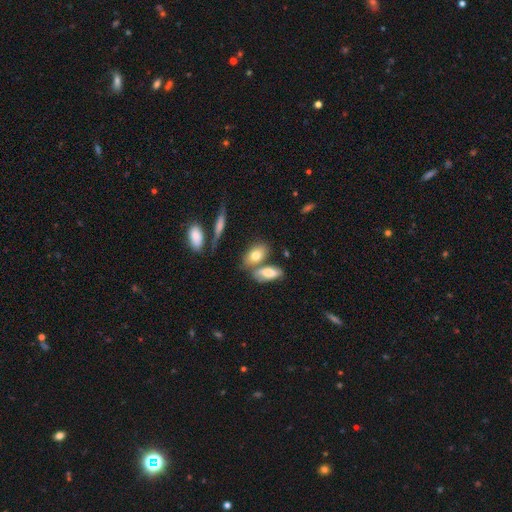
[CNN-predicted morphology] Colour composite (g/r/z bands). It shows a smooth galaxy with no disk features (74%) that is in between round and cigar-shaped (82%). Merging: none (54%).